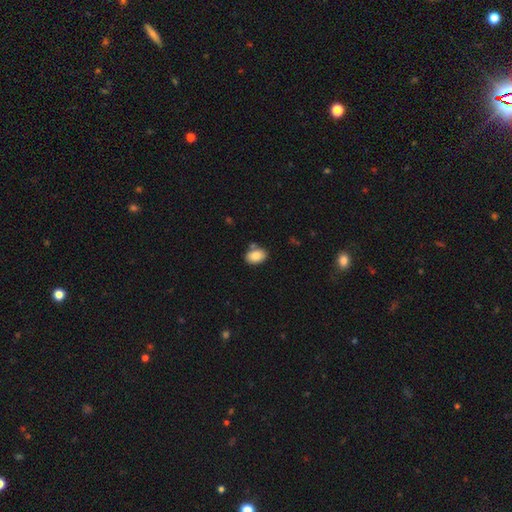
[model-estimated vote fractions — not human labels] smooth_or_featured: smooth (p=0.86) [alt: star or artifact p=0.08]
how_rounded: in between (p=0.82) [alt: round p=0.17]
merging: none (p=0.74) [alt: minor disturbance p=0.14]